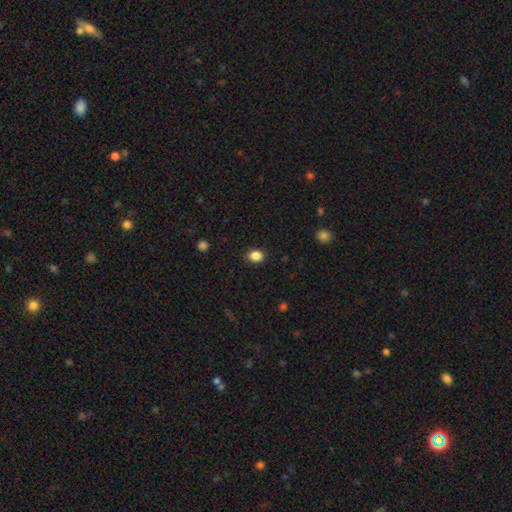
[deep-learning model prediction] Smooth or featured? smooth (87%)
How rounded? in between (55%)
Merging? none (89%)